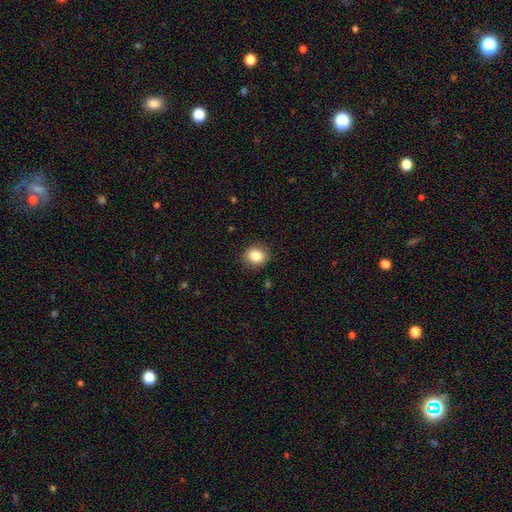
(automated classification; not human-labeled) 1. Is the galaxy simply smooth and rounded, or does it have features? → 85% smooth, 9% star or artifact, 5% featured or disk.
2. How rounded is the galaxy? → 72% round, 27% in between, 1% cigar-shaped.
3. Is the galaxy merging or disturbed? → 88% none, 8% minor disturbance, 2% major disturbance, 1% merger.